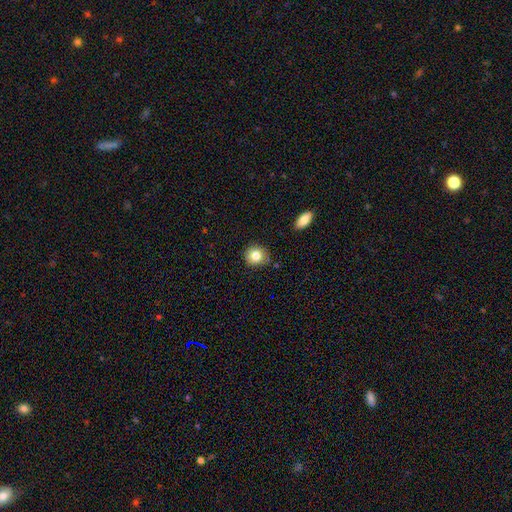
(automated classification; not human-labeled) smooth-or-featured: smooth: 82% | star or artifact: 9% | featured or disk: 9%
  how-rounded: round: 86% | in between: 13% | cigar-shaped: 1%
  merging: none: 83% | minor disturbance: 12% | merger: 2% | major disturbance: 2%